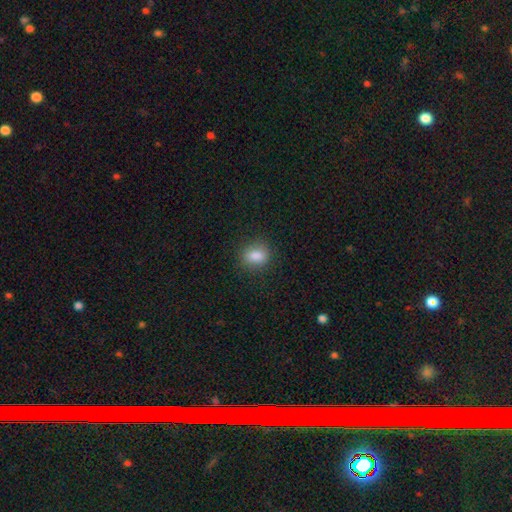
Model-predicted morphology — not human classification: Smooth or featured? Predicted: smooth (p=0.84). How rounded? Predicted: in between (p=0.57). Merging? Predicted: none (p=0.84).